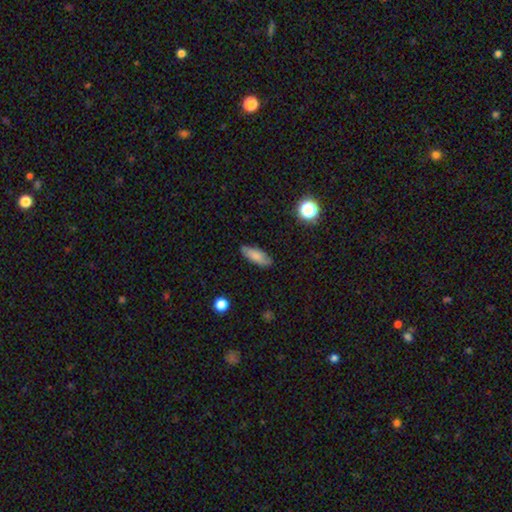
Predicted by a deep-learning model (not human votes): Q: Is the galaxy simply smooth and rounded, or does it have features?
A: smooth — 80%.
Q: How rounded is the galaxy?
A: in between — 72%.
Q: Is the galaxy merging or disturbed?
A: none — 83%.